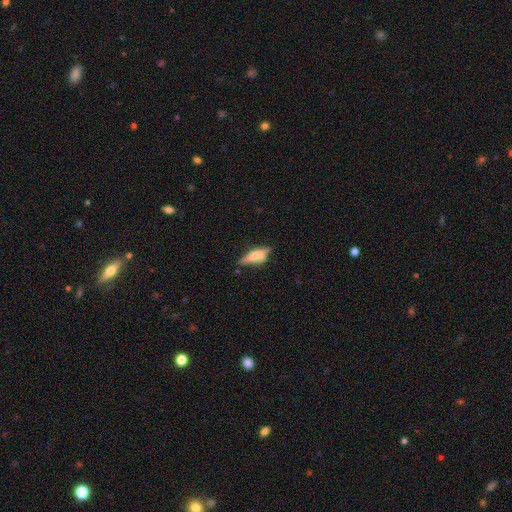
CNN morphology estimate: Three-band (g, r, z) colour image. It shows a smooth galaxy with no disk features (55%) that is in between round and cigar-shaped (57%). Merging: none (55%).